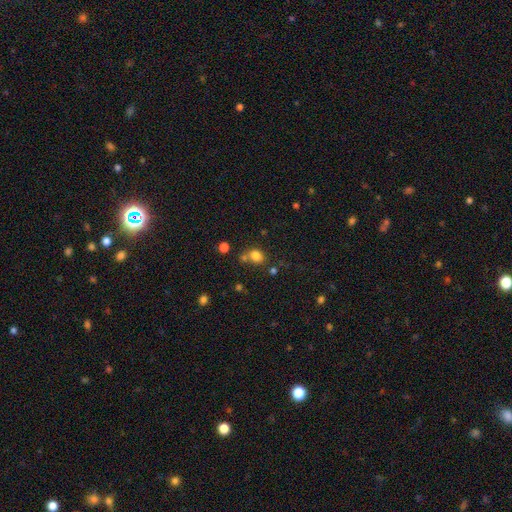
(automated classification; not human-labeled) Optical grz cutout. It shows a smooth galaxy with no disk features (79%) that is round (61%). Merging: none (59%).